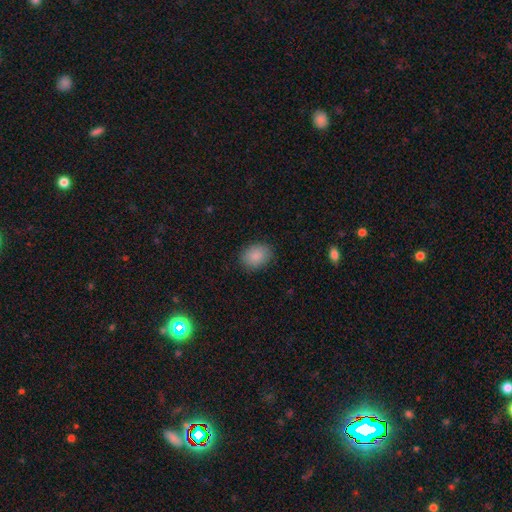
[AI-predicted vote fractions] The model was most divided on "how rounded": in between: 60%, round: 39%, cigar-shaped: 1%. More confident: smooth or featured — smooth (88%); merging — none (86%).